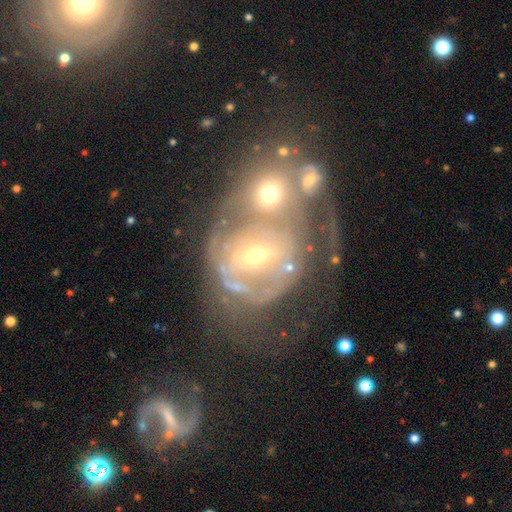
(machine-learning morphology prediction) Overall: featured or disk (70%). Edge-on disk: no (96%). Bar: no (43%; weak 33%). Spiral arms: yes (56%; no 44%). Bulge size: small (61%; moderate 32%). Merging: merger (59%).